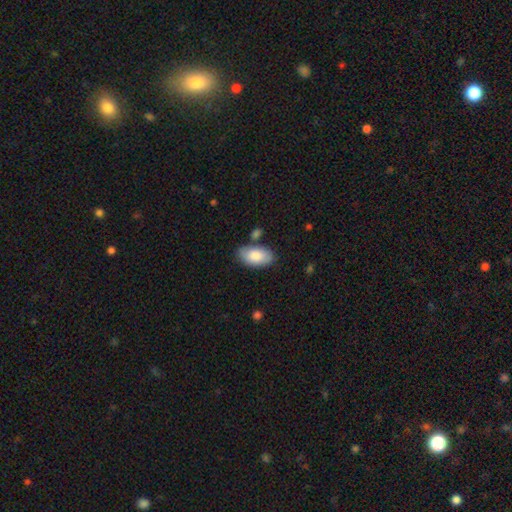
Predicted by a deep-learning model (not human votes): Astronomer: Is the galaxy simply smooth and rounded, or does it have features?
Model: smooth — 83%.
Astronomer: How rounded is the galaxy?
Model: in between — 95%.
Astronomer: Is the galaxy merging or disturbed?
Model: none — 75%.